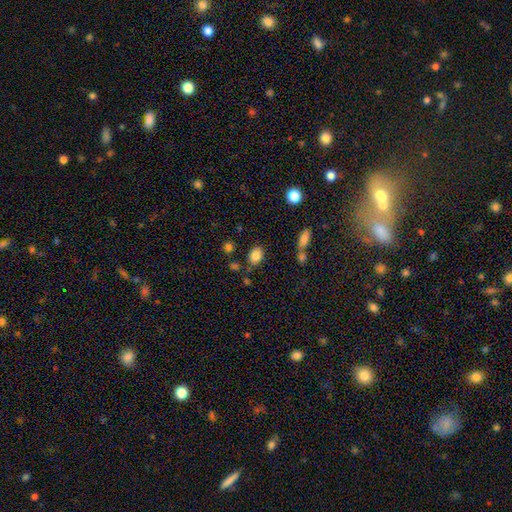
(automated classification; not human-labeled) This appears to be a smooth galaxy with no disk features (84%) that is in between round and cigar-shaped (69%). Merging: none (76%).